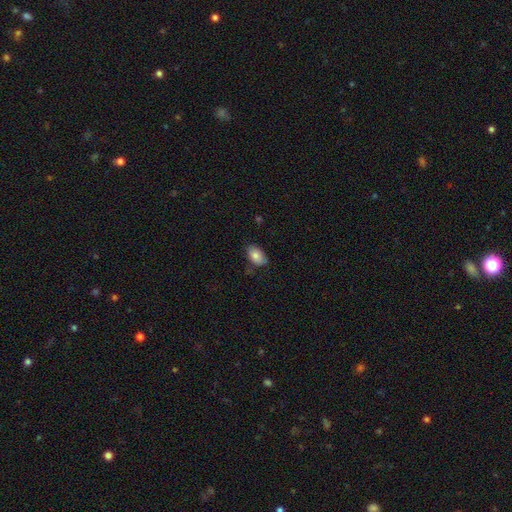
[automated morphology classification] smooth 82%, featured or disk 10%, star or artifact 8%. Down the decision tree: how rounded — in between (89%); merging — none (70%).